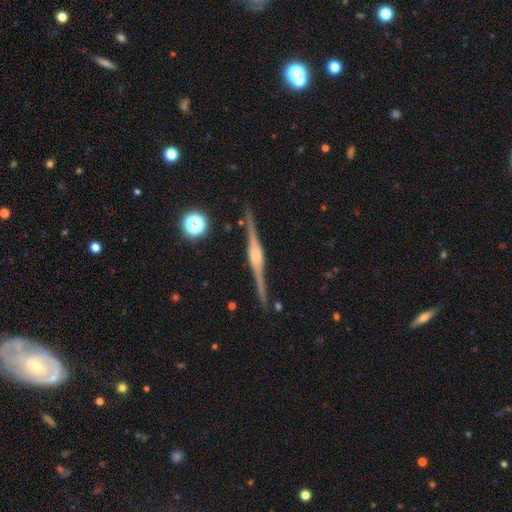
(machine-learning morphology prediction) A featured or disk galaxy (88%) viewed edge-on (98%) with a rounded central bulge (70%).

Vote fractions:
- Smooth or featured? featured or disk: 88% / smooth: 7% / star or artifact: 5%
- Edge-on disk? yes: 98% / no: 2%
- Edge-on bulge? rounded: 70% / boxy: 25% / none: 5%
- Merging? none: 90% / minor disturbance: 7% / major disturbance: 2% / merger: 1%